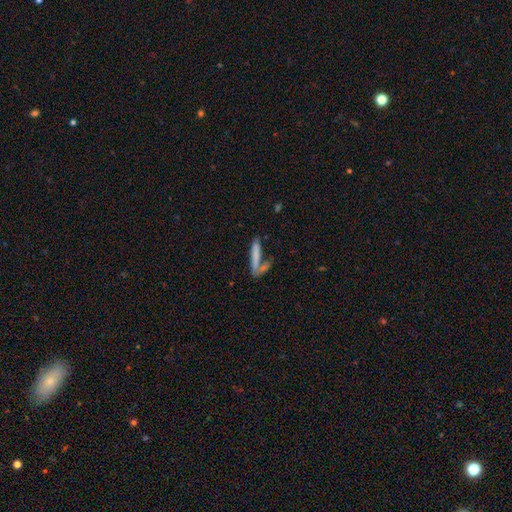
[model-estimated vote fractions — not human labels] Overall: smooth (70%). How rounded: cigar-shaped (88%). Merging: none (49%; merger 31%).